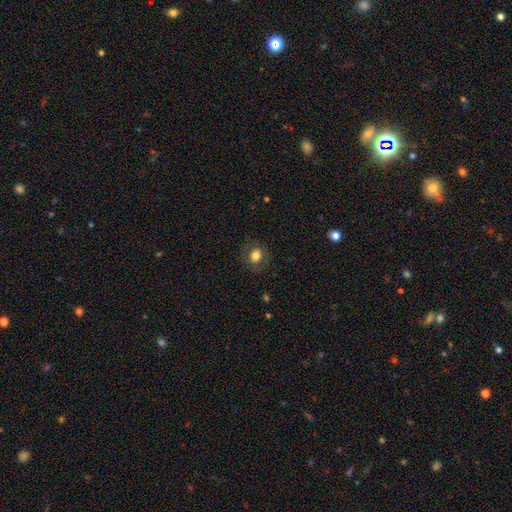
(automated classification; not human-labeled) smooth_or_featured: smooth (p=0.71) [alt: featured or disk p=0.19]
how_rounded: round (p=0.56) [alt: in between p=0.43]
merging: none (p=0.81) [alt: minor disturbance p=0.12]